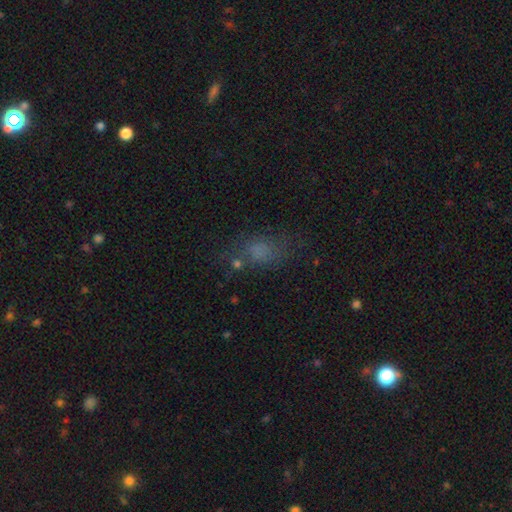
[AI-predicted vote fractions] A smooth galaxy with no disk features (51%) that is in between round and cigar-shaped (67%).

Vote fractions:
- Smooth or featured? smooth: 51% / star or artifact: 34% / featured or disk: 15%
- How rounded? in between: 67% / round: 26% / cigar-shaped: 7%
- Merging? none: 66% / minor disturbance: 16% / major disturbance: 10% / merger: 7%